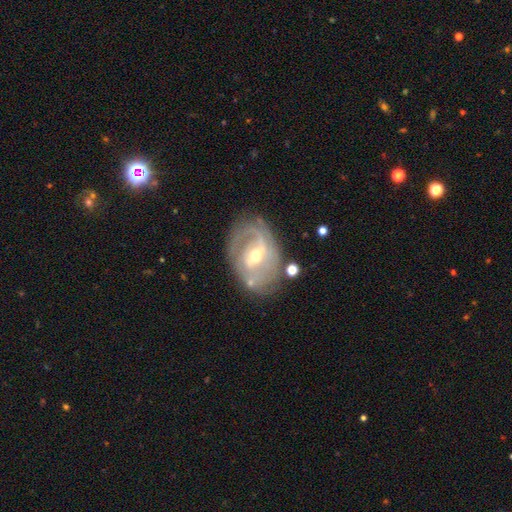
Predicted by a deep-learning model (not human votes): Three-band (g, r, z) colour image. It shows a featured or disk galaxy (84%) with a weak bar (48%), 2 (53%) tight (44%) spiral arms (90%) and a moderate central bulge (54%). Merging: none (69%).